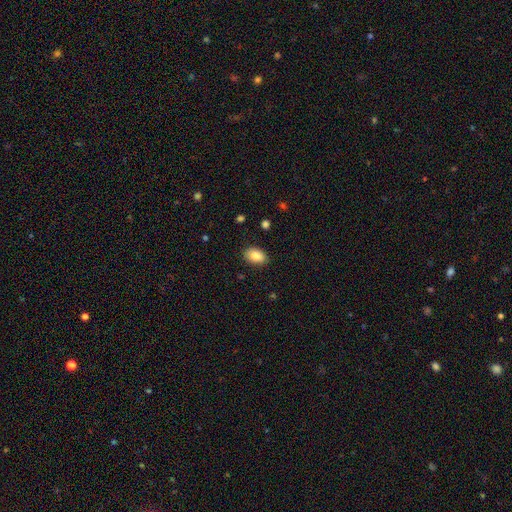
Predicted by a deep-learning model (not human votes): Overall: smooth (85%). How rounded: in between (87%). Merging: none (87%).